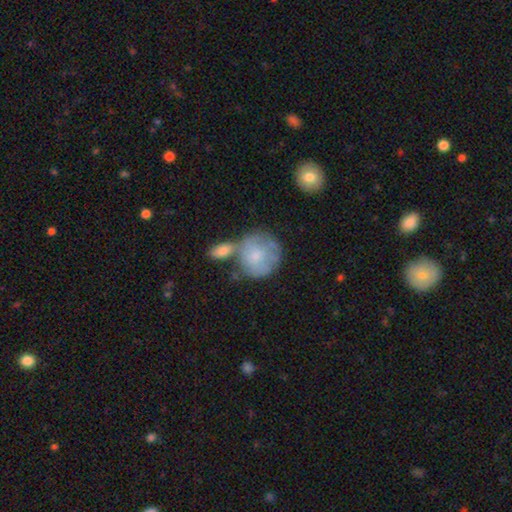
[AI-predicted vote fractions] The model was most divided on "merging": none: 41%, merger: 32%, minor disturbance: 18%, major disturbance: 9%. More confident: how rounded — round (85%); smooth or featured — smooth (63%).